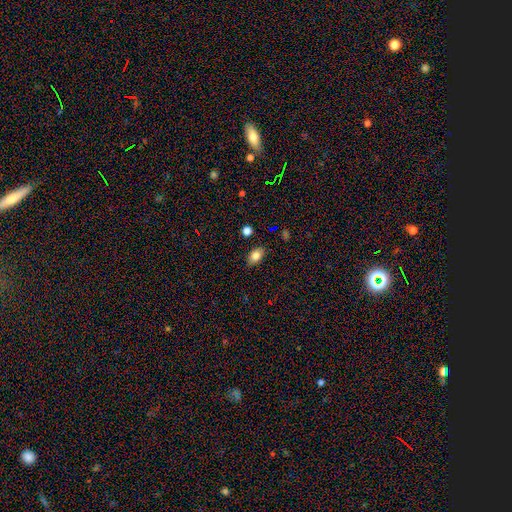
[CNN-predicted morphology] This appears to be a smooth galaxy with no disk features (82%) that is in between round and cigar-shaped (86%). Merging: none (86%).